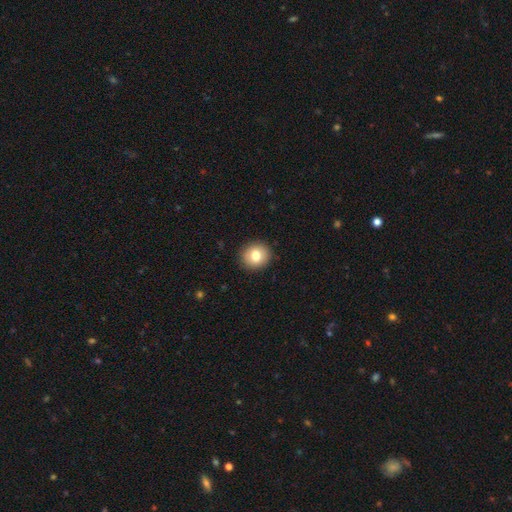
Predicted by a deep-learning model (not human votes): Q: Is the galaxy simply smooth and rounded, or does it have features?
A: smooth — 80%.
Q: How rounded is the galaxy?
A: round — 87%.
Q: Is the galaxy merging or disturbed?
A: none — 91%.